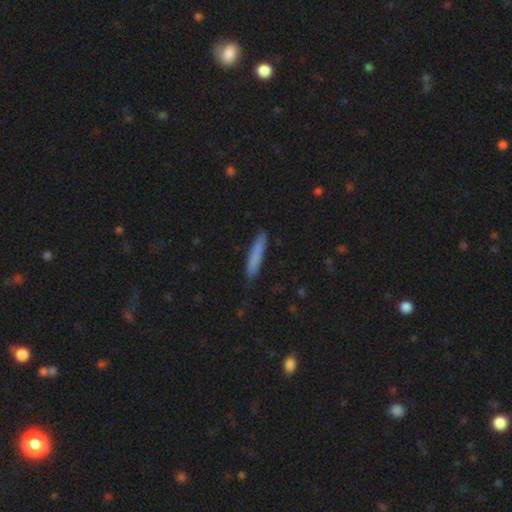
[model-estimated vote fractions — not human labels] Q: Smooth or featured?
A: smooth (80%); runner-up: featured or disk (14%)
Q: How rounded?
A: cigar-shaped (93%); runner-up: in between (6%)
Q: Merging?
A: none (86%); runner-up: minor disturbance (11%)